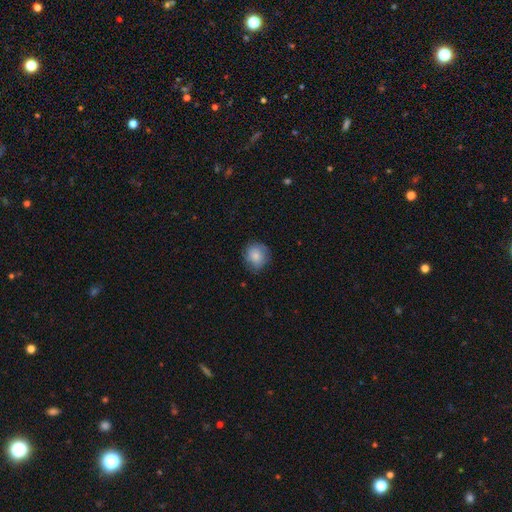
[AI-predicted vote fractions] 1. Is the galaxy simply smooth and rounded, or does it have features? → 80% smooth, 12% featured or disk, 8% star or artifact.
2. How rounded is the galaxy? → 85% round, 14% in between, 1% cigar-shaped.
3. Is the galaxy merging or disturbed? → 75% none, 20% minor disturbance, 4% major disturbance, 1% merger.